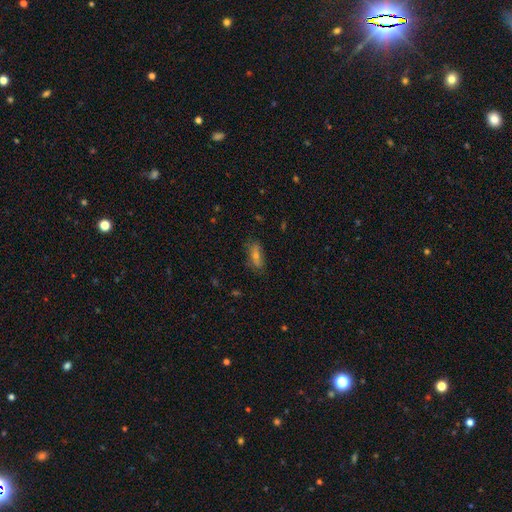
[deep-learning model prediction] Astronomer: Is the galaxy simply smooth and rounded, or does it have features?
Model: smooth — 46% (runner-up: featured or disk, 36%).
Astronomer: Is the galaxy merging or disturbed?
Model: none — 77%.